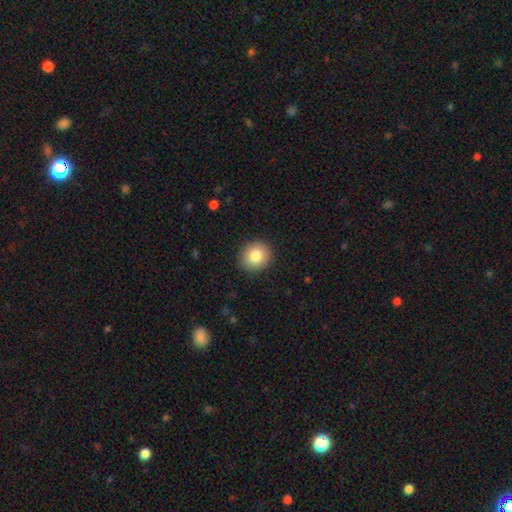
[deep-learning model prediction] The model was most divided on "how rounded": round: 83%, in between: 16%, cigar-shaped: 1%. More confident: merging — none (91%); smooth or featured — smooth (82%).